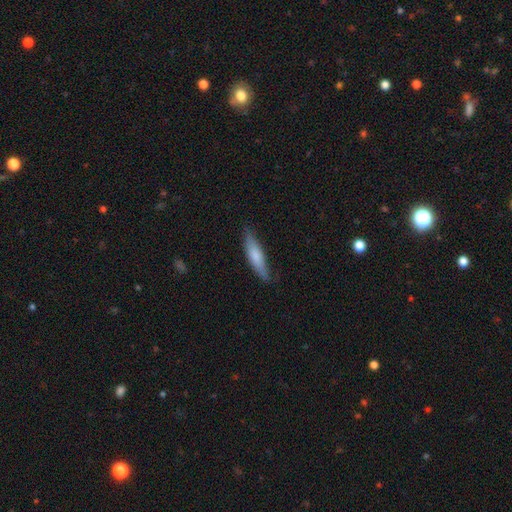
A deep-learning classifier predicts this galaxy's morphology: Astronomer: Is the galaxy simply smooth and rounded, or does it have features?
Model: smooth — 71%.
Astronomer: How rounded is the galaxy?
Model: cigar-shaped — 76%.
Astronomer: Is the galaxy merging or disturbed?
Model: none — 82%.